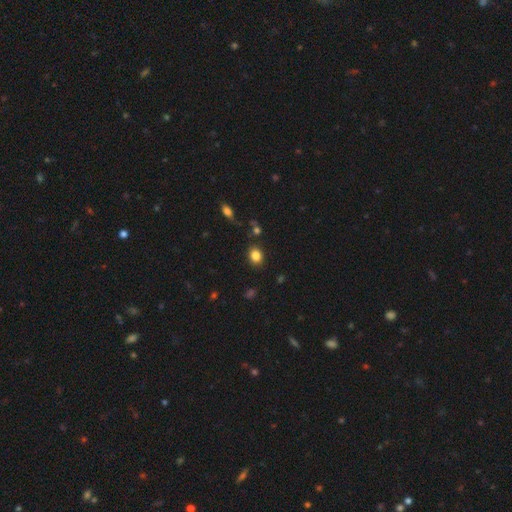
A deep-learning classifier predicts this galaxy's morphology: smooth 84%, star or artifact 11%, featured or disk 5%. Down the decision tree: how rounded — round (55%); merging — none (85%).